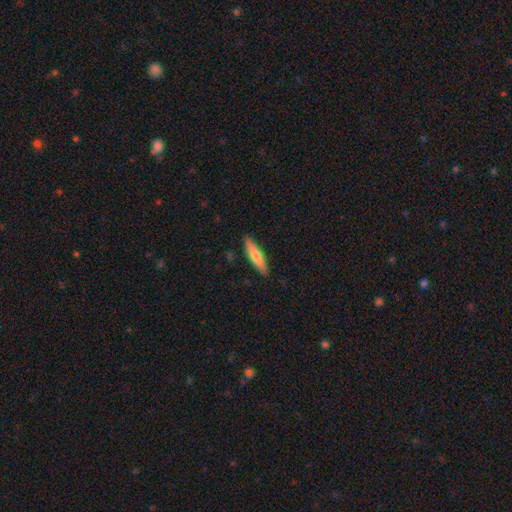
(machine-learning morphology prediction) This is likely a smooth galaxy (67%). How rounded: likely cigar-shaped (75%). Merging: clearly none (88%).